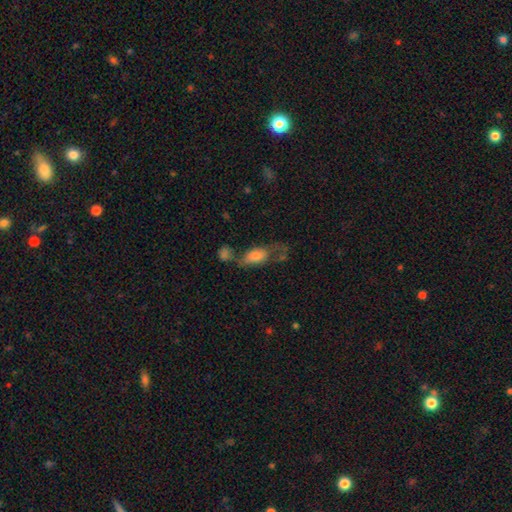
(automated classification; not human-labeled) smooth_or_featured: smooth (p=0.60) [alt: featured or disk p=0.29]
how_rounded: in between (p=0.79) [alt: cigar-shaped p=0.15]
merging: none (p=0.35) [alt: merger p=0.22]